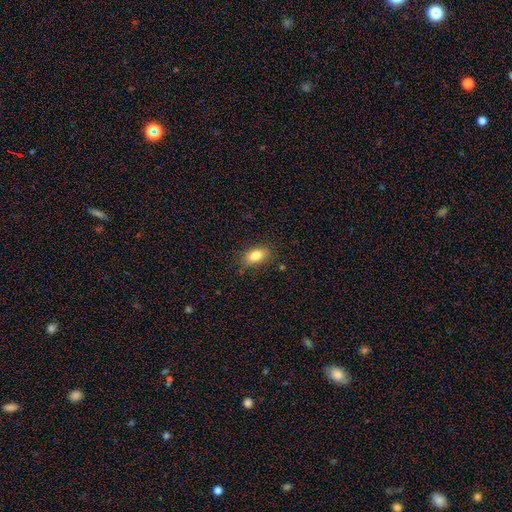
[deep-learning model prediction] A smooth galaxy with no disk features (82%) that is in between round and cigar-shaped (88%).

Vote fractions:
- Smooth or featured? smooth: 82% / featured or disk: 9% / star or artifact: 9%
- How rounded? in between: 88% / round: 8% / cigar-shaped: 5%
- Merging? none: 81% / minor disturbance: 14% / major disturbance: 3% / merger: 2%